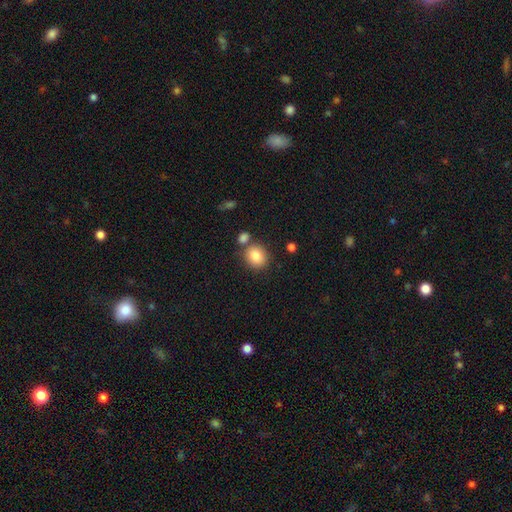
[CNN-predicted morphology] A smooth galaxy with no disk features (83%) that is round (72%).

Vote fractions:
- Smooth or featured? smooth: 83% / star or artifact: 9% / featured or disk: 7%
- How rounded? round: 72% / in between: 27% / cigar-shaped: 1%
- Merging? none: 70% / merger: 16% / minor disturbance: 11% / major disturbance: 3%